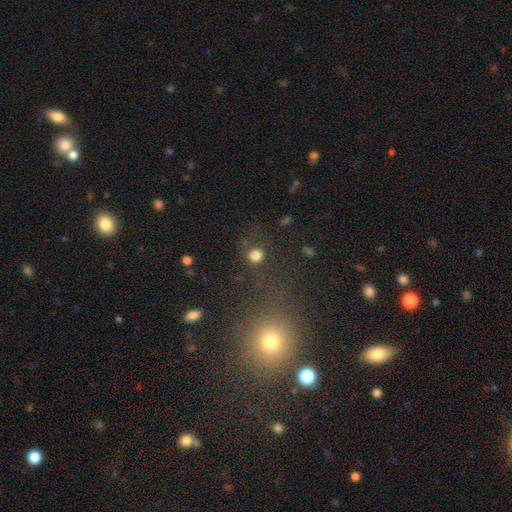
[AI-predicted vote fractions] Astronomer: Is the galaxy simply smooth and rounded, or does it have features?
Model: smooth — 80%.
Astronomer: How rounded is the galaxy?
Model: round — 92%.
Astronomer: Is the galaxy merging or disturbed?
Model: none — 81%.